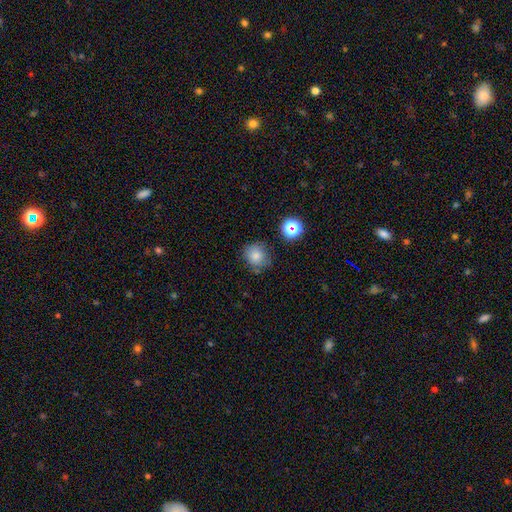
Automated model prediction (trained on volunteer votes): smooth 78%, star or artifact 14%, featured or disk 8%. Down the decision tree: how rounded — round (80%); merging — none (74%).